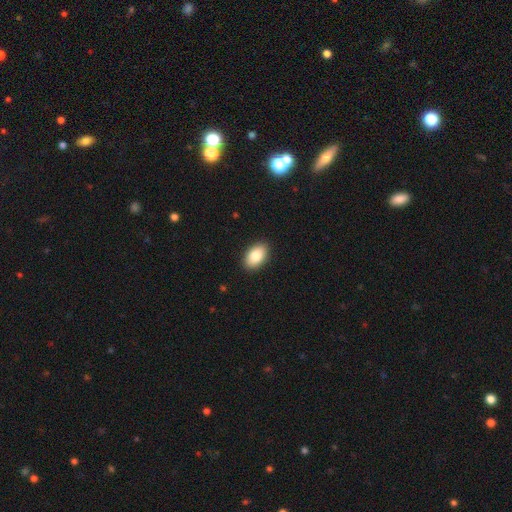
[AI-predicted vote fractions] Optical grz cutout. It shows a smooth galaxy with no disk features (84%) that is in between round and cigar-shaped (90%). Merging: none (90%).